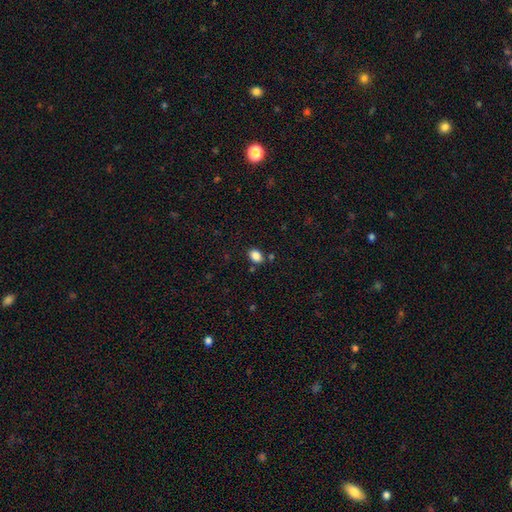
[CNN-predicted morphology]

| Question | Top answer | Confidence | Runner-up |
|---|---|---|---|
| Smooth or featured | smooth | 86% | star or artifact (9%) |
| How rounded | in between | 78% | round (21%) |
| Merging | none | 81% | minor disturbance (11%) |